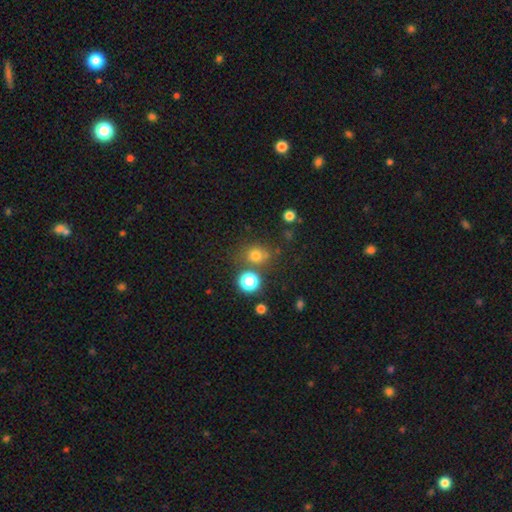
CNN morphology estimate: A smooth galaxy with no disk features (72%) that is round (75%). Merging: none (66%).